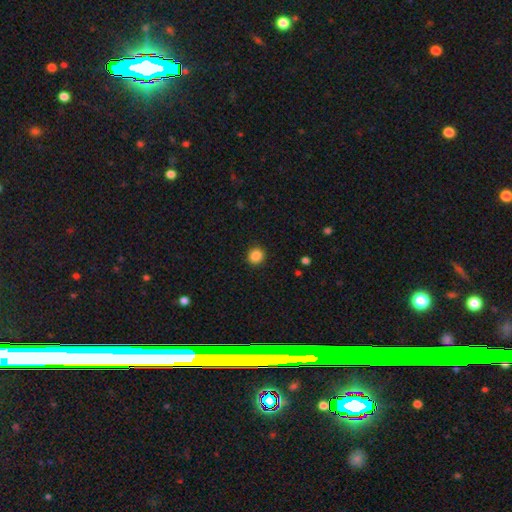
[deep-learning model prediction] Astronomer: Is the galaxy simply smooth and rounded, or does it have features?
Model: smooth — 87%.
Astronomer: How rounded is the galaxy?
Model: round — 90%.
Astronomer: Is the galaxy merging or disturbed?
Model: none — 91%.